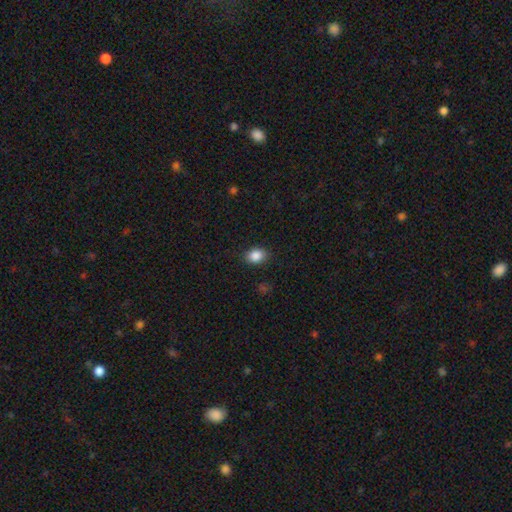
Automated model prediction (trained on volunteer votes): Q: Smooth or featured?
A: smooth (87%); runner-up: star or artifact (9%)
Q: How rounded?
A: in between (63%); runner-up: round (36%)
Q: Merging?
A: none (86%); runner-up: minor disturbance (10%)